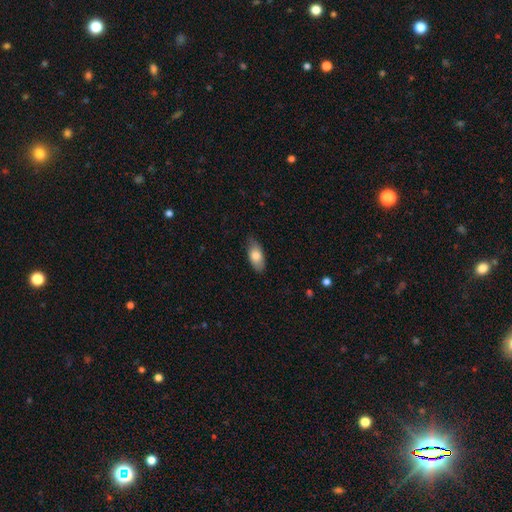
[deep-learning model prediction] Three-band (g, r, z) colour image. It shows a smooth galaxy with no disk features (79%) that is in between round and cigar-shaped (89%). Merging: none (79%).